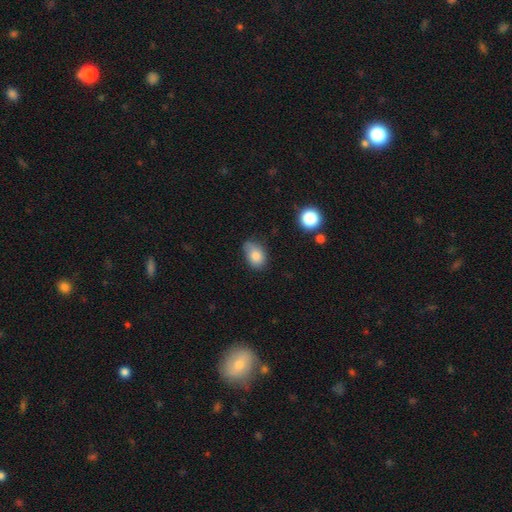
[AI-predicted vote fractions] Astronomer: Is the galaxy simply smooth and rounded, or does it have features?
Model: smooth — 80%.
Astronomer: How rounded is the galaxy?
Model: in between — 80%.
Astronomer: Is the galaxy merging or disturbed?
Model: none — 55% (runner-up: minor disturbance, 36%).